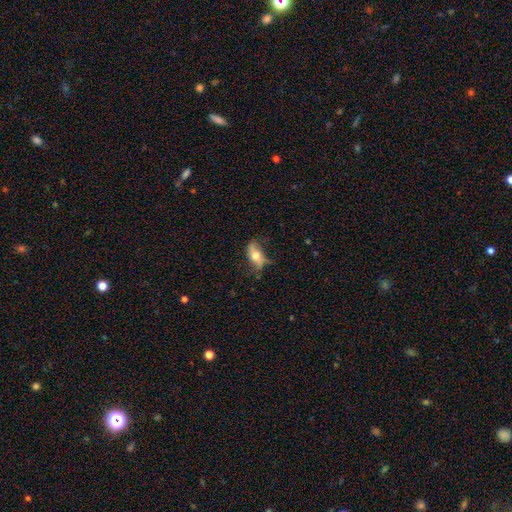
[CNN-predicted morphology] smooth_or_featured: smooth (p=0.56) [alt: featured or disk p=0.36]
how_rounded: in between (p=0.80) [alt: cigar-shaped p=0.14]
merging: none (p=0.54) [alt: minor disturbance p=0.29]